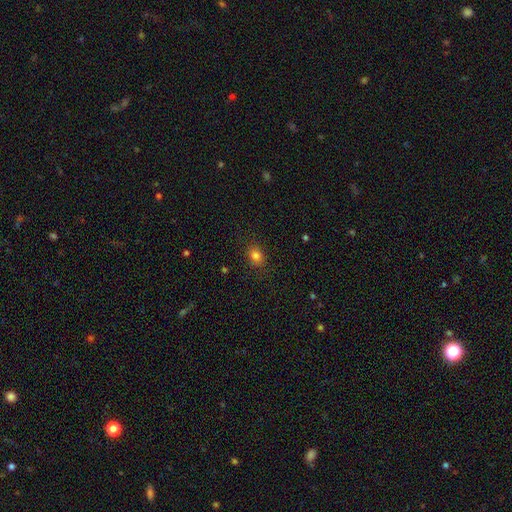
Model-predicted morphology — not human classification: Overall: smooth (81%). How rounded: in between (50%; round 49%). Merging: none (86%).